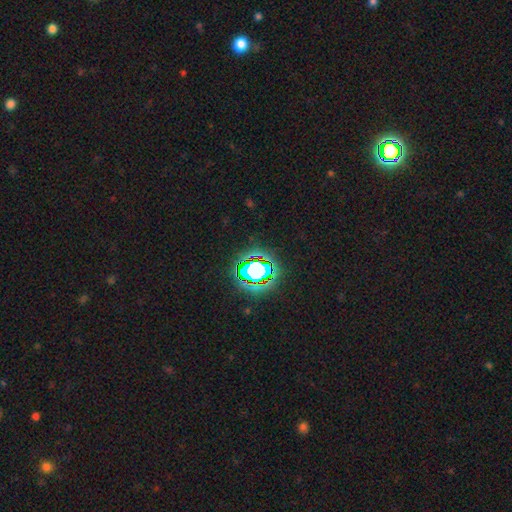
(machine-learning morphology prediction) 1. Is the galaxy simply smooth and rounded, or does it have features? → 80% star or artifact, 13% smooth, 7% featured or disk.